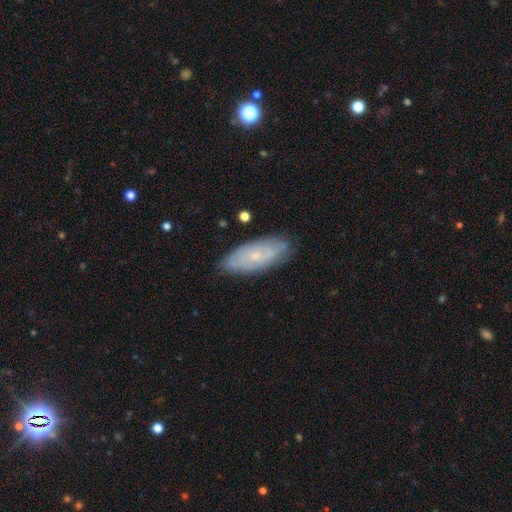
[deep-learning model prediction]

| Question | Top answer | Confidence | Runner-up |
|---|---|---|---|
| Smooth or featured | featured or disk | 51% | smooth (41%) |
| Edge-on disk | no | 84% | yes (16%) |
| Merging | none | 81% | minor disturbance (15%) |